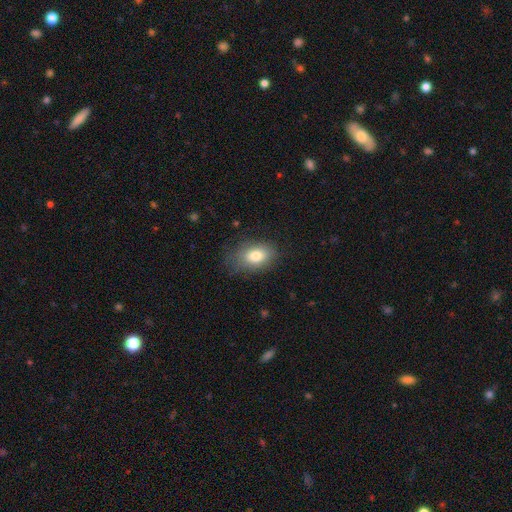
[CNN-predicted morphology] smooth 79%, featured or disk 13%, star or artifact 9%. Down the decision tree: how rounded — in between (85%); merging — none (72%).